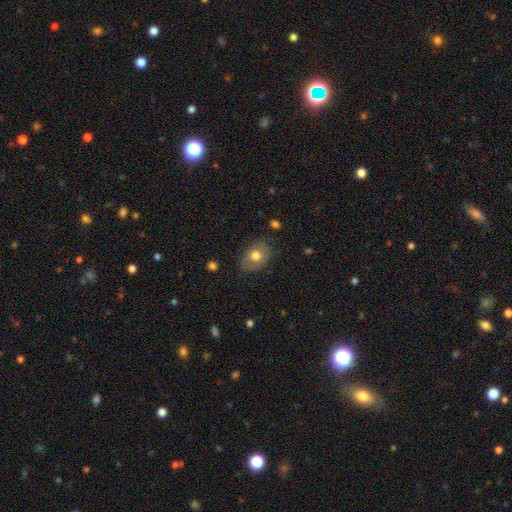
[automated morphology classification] This is likely a smooth galaxy (67%). How rounded: likely in between (74%). Merging: likely none (75%).